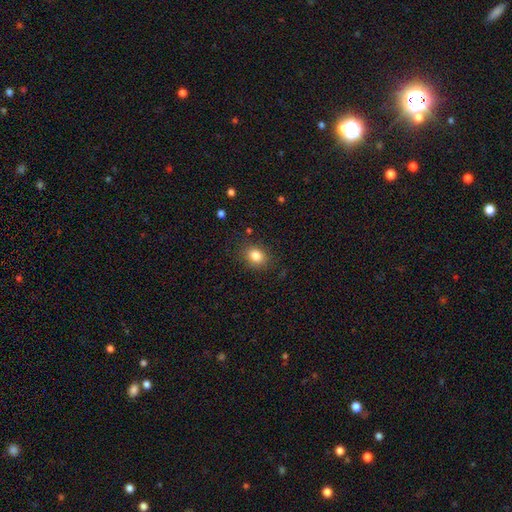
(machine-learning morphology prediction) type=smooth (84%); roundness=in between (50%); merging=none (84%).